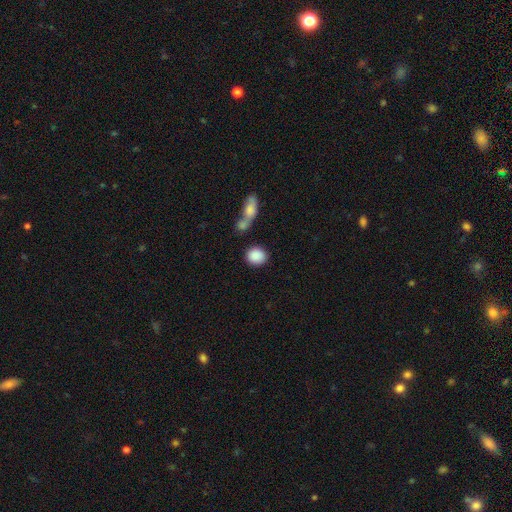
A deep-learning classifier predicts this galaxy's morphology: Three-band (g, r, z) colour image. It shows a smooth galaxy with no disk features (88%) that is round (69%). Merging: none (70%).